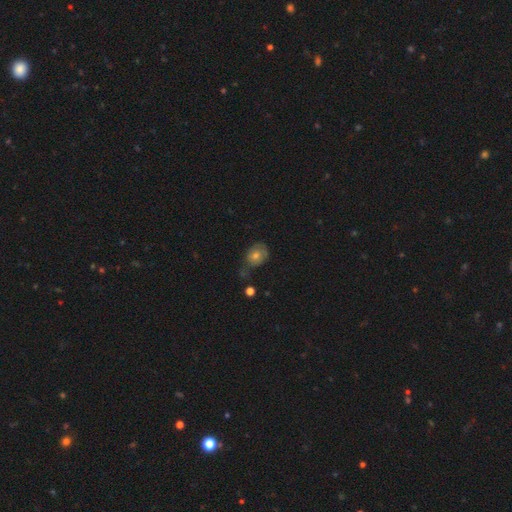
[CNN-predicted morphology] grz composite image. It shows a smooth galaxy with no disk features (58%) that is in between round and cigar-shaped (52%). Merging: none (52%).